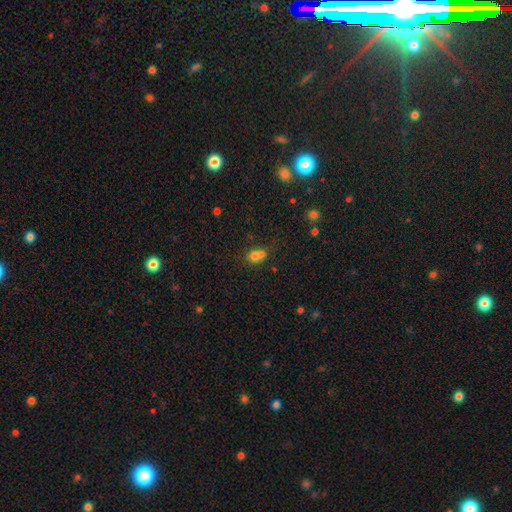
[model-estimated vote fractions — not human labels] The model was most divided on "how rounded": round: 62%, in between: 36%, cigar-shaped: 1%. More confident: smooth or featured — smooth (70%); merging — merger (58%).